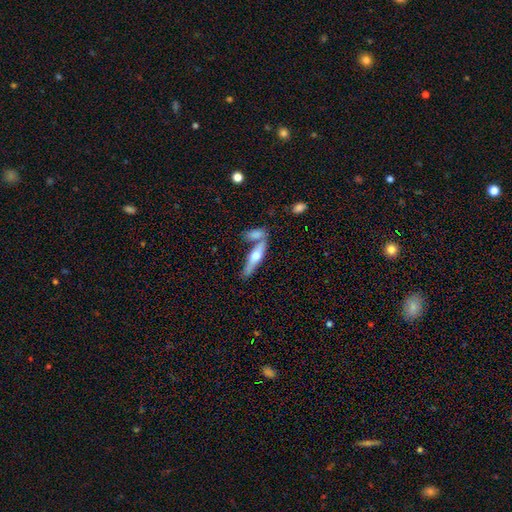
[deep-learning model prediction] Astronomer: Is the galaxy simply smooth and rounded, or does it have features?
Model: smooth — 49% (runner-up: featured or disk, 45%).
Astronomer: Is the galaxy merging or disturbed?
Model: none — 55%.